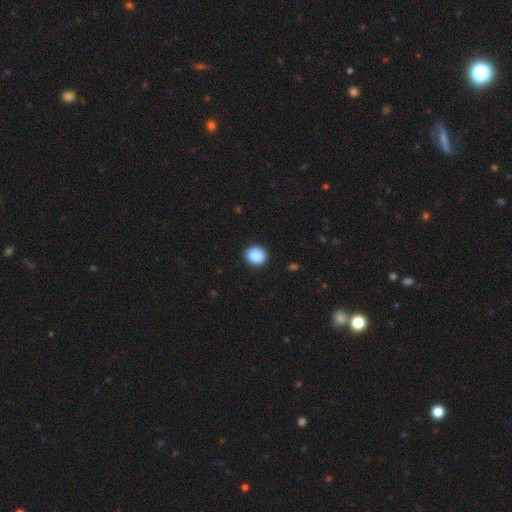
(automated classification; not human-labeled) smooth_or_featured: smooth (p=0.89) [alt: star or artifact p=0.08]
how_rounded: round (p=0.80) [alt: in between p=0.19]
merging: none (p=0.90) [alt: minor disturbance p=0.07]